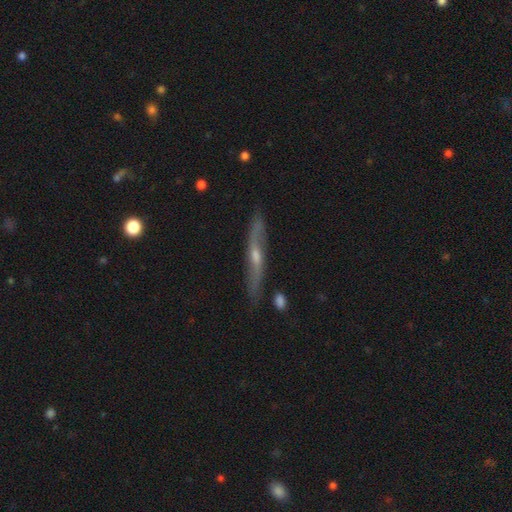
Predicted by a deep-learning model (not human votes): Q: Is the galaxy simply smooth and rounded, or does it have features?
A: featured or disk — 70%.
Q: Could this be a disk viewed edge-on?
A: yes — 75%.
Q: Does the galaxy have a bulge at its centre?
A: rounded — 75%.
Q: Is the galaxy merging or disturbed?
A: none — 79%.